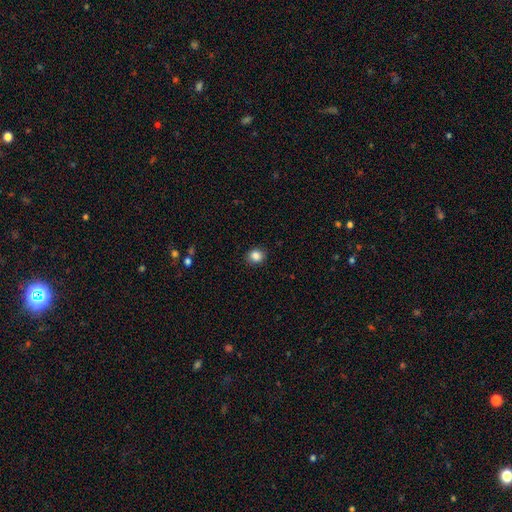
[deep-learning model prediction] A smooth galaxy with no disk features (86%) that is round (79%). Merging: none (90%).